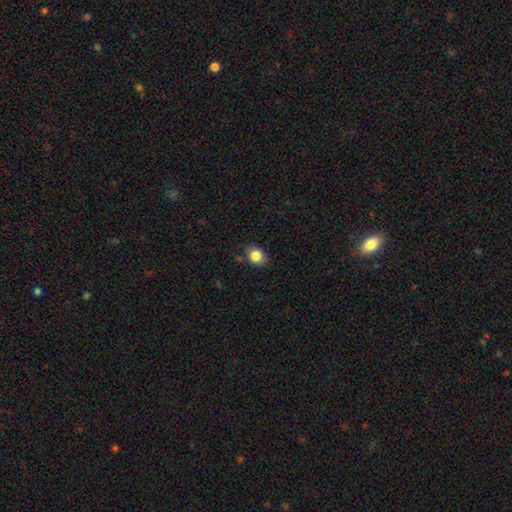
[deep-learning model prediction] The model was most divided on "how rounded": round: 55%, in between: 44%, cigar-shaped: 1%. More confident: smooth or featured — smooth (84%); merging — none (79%).